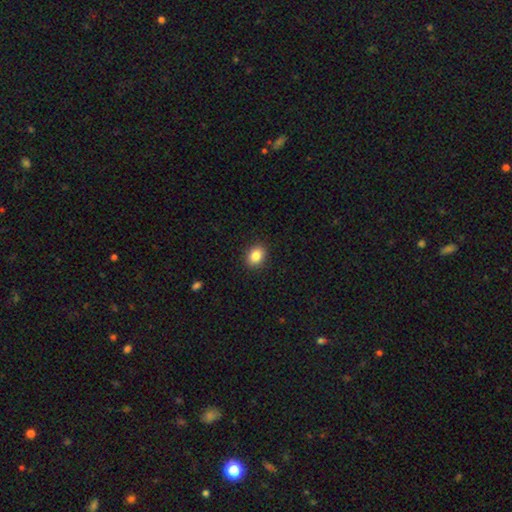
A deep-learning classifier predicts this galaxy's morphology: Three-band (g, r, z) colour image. It shows a smooth galaxy with no disk features (85%) that is in between round and cigar-shaped (57%). Merging: none (90%).